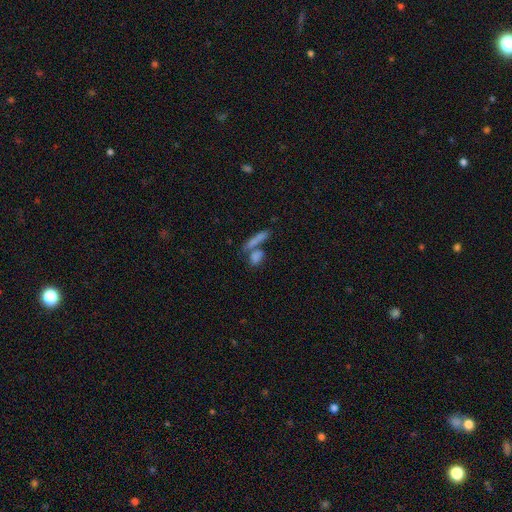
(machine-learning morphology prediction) smooth 70%, featured or disk 17%, star or artifact 13%. Down the decision tree: how rounded — in between (43%); merging — none (47%).